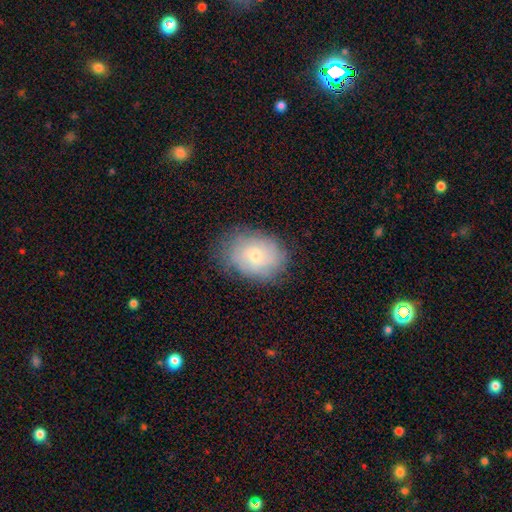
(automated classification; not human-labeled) This is possibly a smooth galaxy (50%). Merging: likely none (76%).